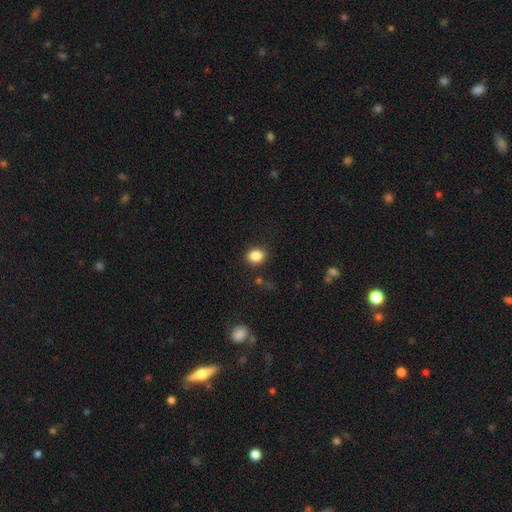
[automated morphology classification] Q: Smooth or featured?
A: smooth (85%); runner-up: star or artifact (10%)
Q: How rounded?
A: round (52%); runner-up: in between (47%)
Q: Merging?
A: none (85%); runner-up: minor disturbance (10%)